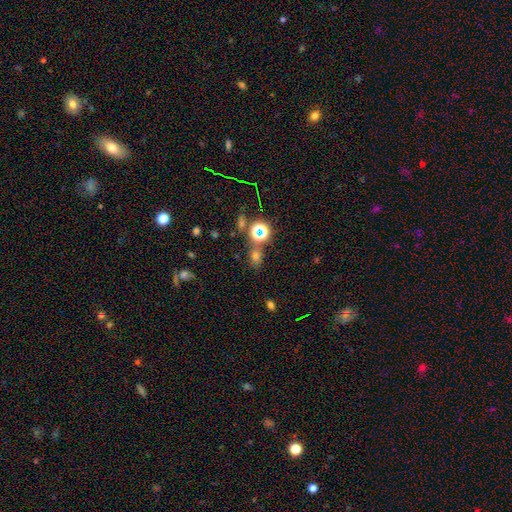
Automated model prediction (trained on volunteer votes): This is possibly a star or artifact rather than a galaxy (48%).